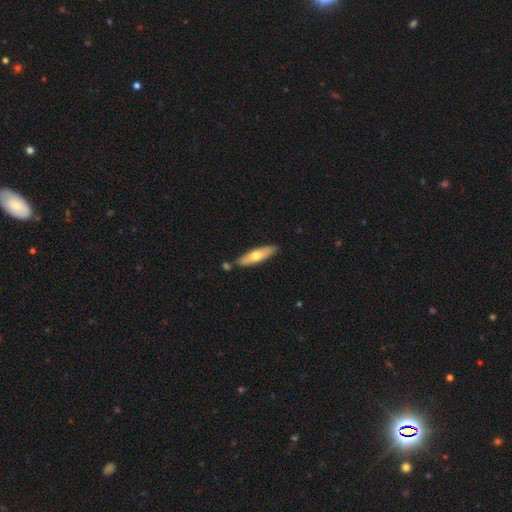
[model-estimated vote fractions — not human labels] Smooth or featured? smooth (58%)
How rounded? cigar-shaped (65%)
Merging? none (81%)